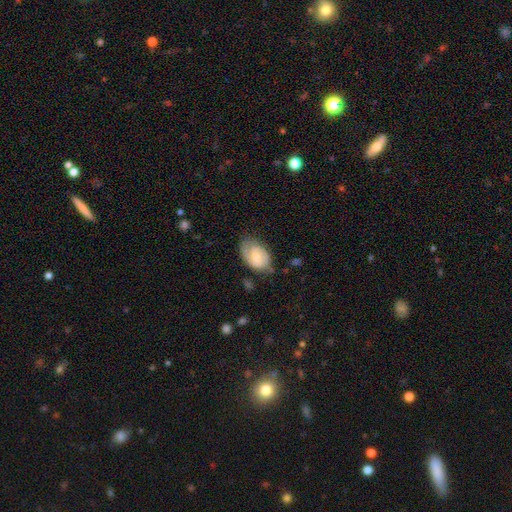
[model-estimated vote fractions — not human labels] Morphology: type=featured or disk (72%); edge-on=no (97%); bar=no (50%); spiral arms=yes (94%); winding=tight (49%); arm count=2 (73%); bulge=small (49%); merging=none (68%).